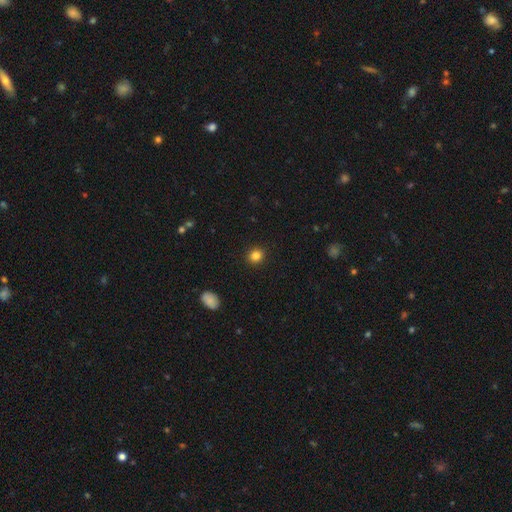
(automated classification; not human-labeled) smooth-or-featured: smooth: 84% | star or artifact: 11% | featured or disk: 5%
  how-rounded: round: 86% | in between: 13% | cigar-shaped: 1%
  merging: none: 92% | minor disturbance: 5% | major disturbance: 2% | merger: 1%